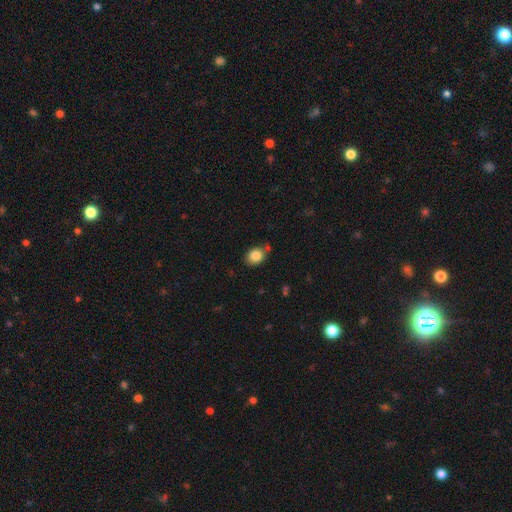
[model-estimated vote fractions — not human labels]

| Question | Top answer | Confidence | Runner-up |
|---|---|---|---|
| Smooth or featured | smooth | 84% | star or artifact (9%) |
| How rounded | in between | 50% | round (49%) |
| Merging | none | 73% | minor disturbance (16%) |